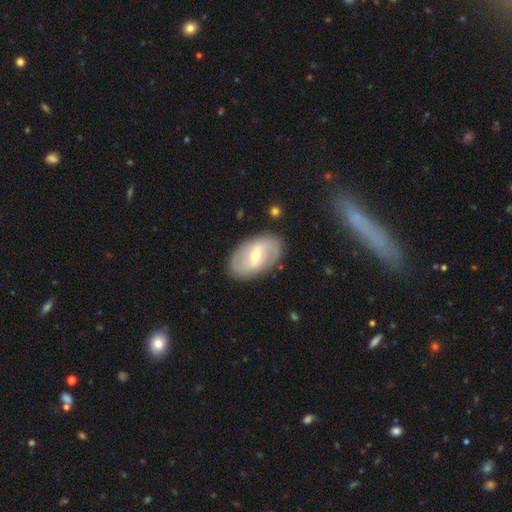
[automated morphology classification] A featured or disk galaxy (68%) with a weak bar (50%), spiral arms (67%) and a moderate central bulge (62%).

Vote fractions:
- Smooth or featured? featured or disk: 68% / smooth: 26% / star or artifact: 6%
- Edge-on disk? no: 93% / yes: 7%
- Bar? weak: 50% / strong: 32% / no: 18%
- Spiral arms? yes: 67% / no: 33%
- Bulge size? moderate: 62% / small: 33% / large: 3% / none: 1% / dominant: 1%
- Merging? none: 85% / minor disturbance: 10% / major disturbance: 3% / merger: 1%